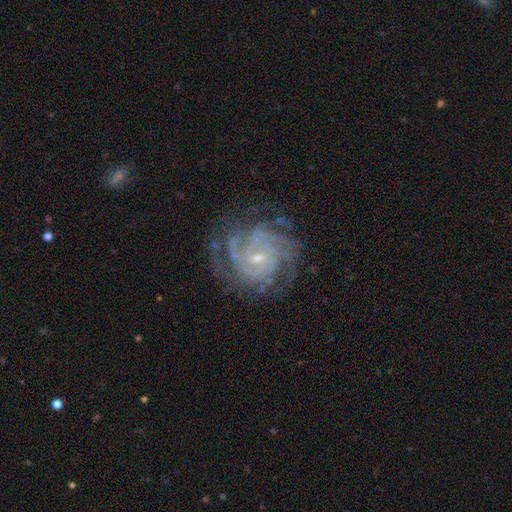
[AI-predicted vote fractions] featured or disk 87%, star or artifact 8%, smooth 5%. Down the decision tree: edge-on disk — no (98%); bar — no (55%); spiral arms — yes (98%); spiral arm count — 4 (23%); spiral winding — tight (74%); bulge size — small (77%); merging — none (79%).